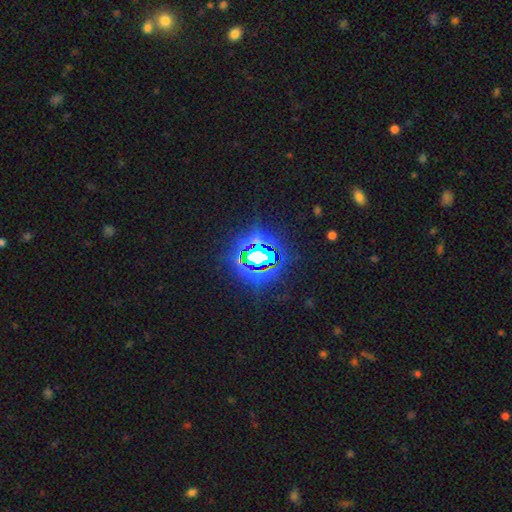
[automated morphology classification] Smooth or featured: star or artifact — 77% (smooth — 12%)